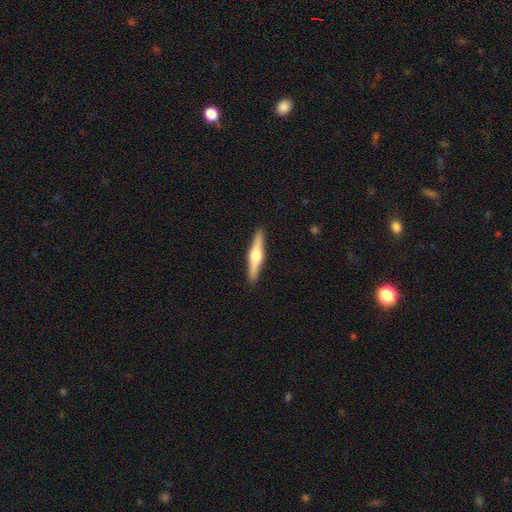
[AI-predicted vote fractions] Smooth or featured: featured or disk — 65% (smooth — 30%)
Edge-on disk: yes — 97% (no — 3%)
Edge-on bulge: rounded — 93% (boxy — 4%)
Merging: none — 92% (minor disturbance — 6%)